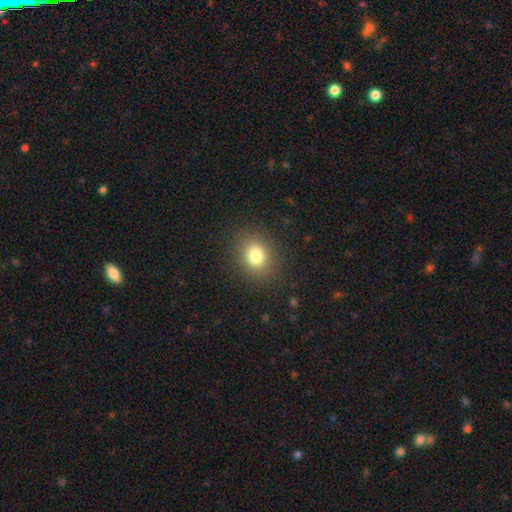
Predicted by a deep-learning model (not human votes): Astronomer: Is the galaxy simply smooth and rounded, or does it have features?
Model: smooth — 79%.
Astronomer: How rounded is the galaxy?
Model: round — 64%.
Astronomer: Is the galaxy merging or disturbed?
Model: none — 87%.